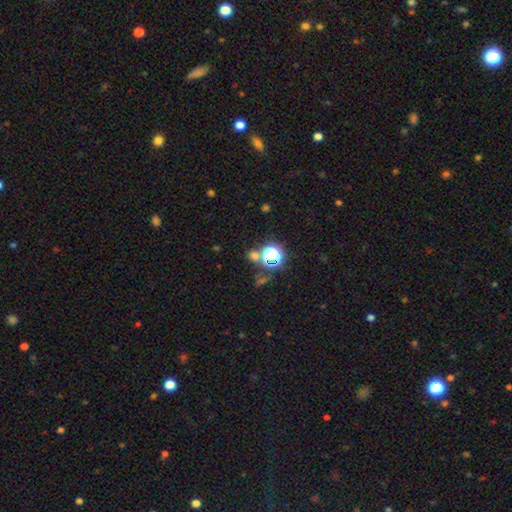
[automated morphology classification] Smooth or featured? smooth (50%)
How rounded? round (81%)
Merging? none (67%)